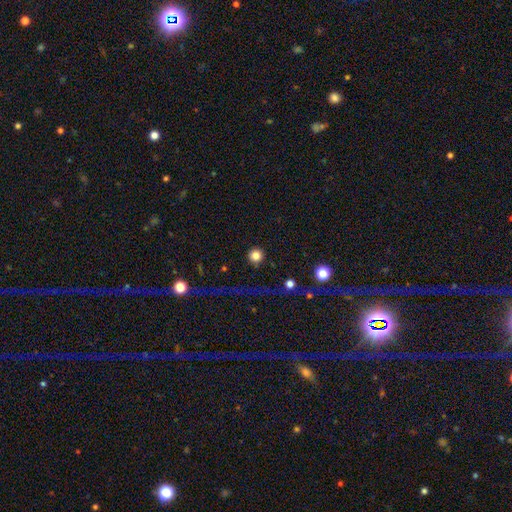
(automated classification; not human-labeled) smooth-or-featured: smooth: 82% | star or artifact: 12% | featured or disk: 6%
  how-rounded: round: 96% | in between: 3% | cigar-shaped: 1%
  merging: none: 91% | minor disturbance: 5% | major disturbance: 2% | merger: 2%